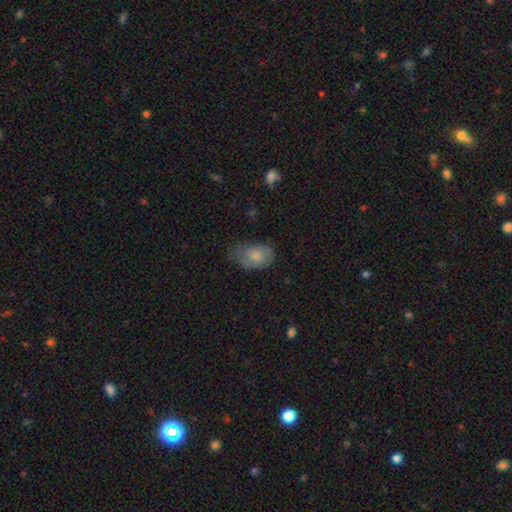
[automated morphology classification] This is likely a smooth galaxy (74%). How rounded: clearly in between (87%). Merging: possibly none (46%).